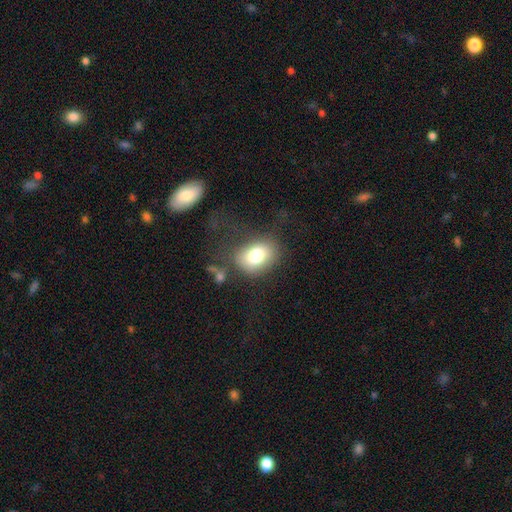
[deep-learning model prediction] smooth-or-featured: smooth: 77% | featured or disk: 14% | star or artifact: 9%
  how-rounded: in between: 69% | round: 30% | cigar-shaped: 1%
  merging: none: 57% | minor disturbance: 19% | major disturbance: 19% | merger: 5%